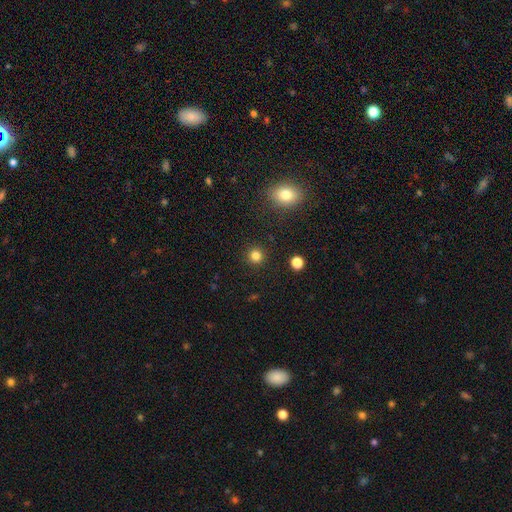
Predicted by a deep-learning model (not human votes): This appears to be a smooth galaxy with no disk features (83%) that is round (94%). Merging: none (91%).